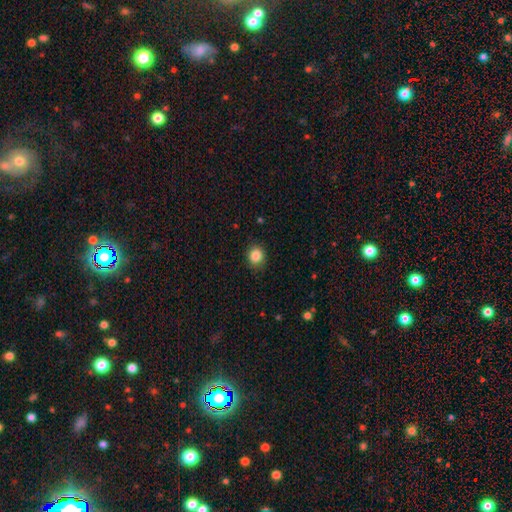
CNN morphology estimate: This is clearly a smooth galaxy (85%). How rounded: likely round (76%). Merging: clearly none (85%).